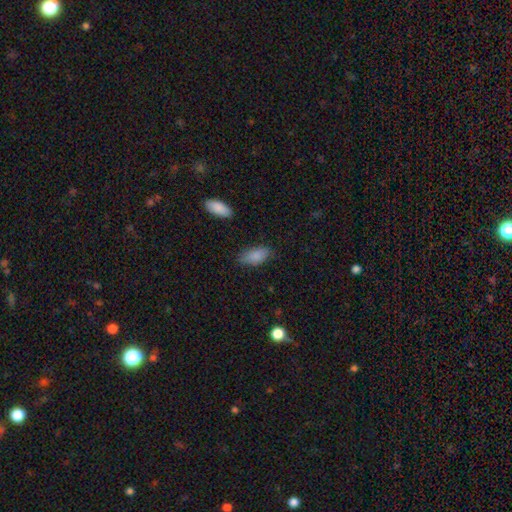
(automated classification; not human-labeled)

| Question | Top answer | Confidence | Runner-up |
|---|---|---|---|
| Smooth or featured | smooth | 87% | star or artifact (7%) |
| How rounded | in between | 91% | cigar-shaped (6%) |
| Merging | none | 78% | minor disturbance (17%) |